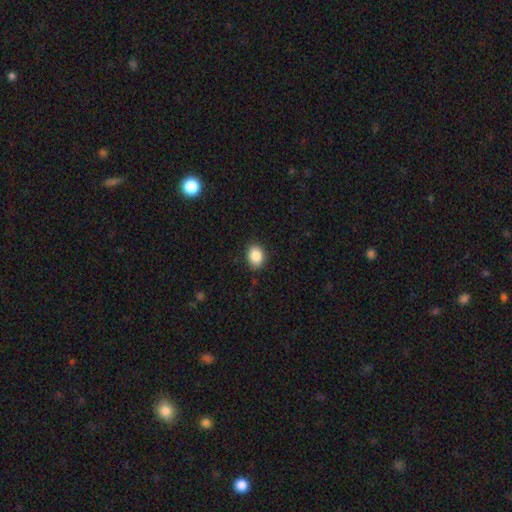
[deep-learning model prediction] smooth_or_featured: smooth (p=0.87) [alt: star or artifact p=0.09]
how_rounded: in between (p=0.58) [alt: round p=0.41]
merging: none (p=0.85) [alt: minor disturbance p=0.11]